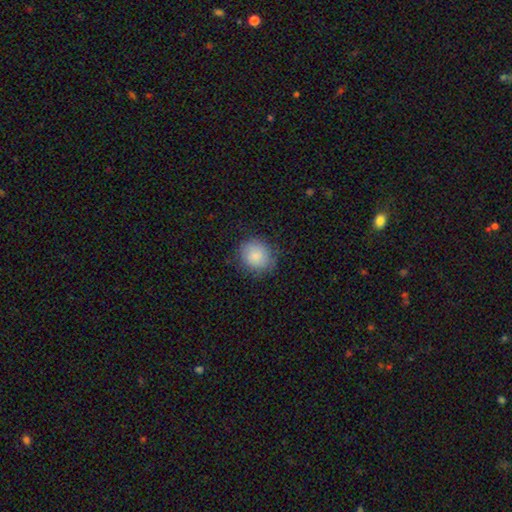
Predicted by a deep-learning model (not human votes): Smooth or featured? smooth (85%)
How rounded? round (80%)
Merging? none (81%)